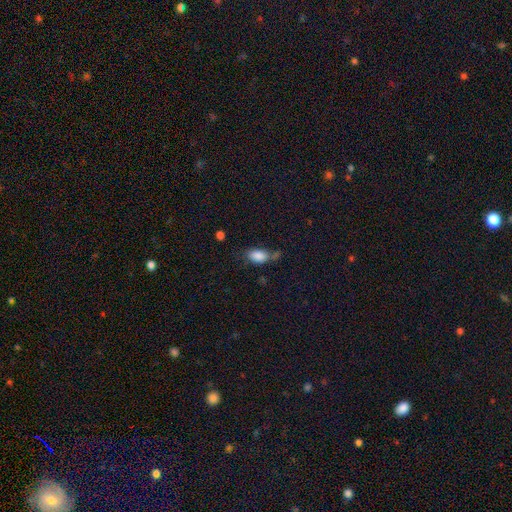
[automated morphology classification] Q: Smooth or featured?
A: smooth (84%); runner-up: star or artifact (8%)
Q: How rounded?
A: in between (90%); runner-up: round (7%)
Q: Merging?
A: none (49%); runner-up: minor disturbance (26%)